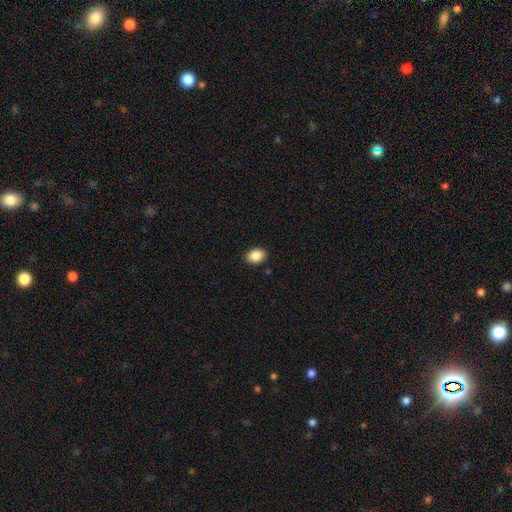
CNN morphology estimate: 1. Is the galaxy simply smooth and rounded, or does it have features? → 87% smooth, 8% star or artifact, 5% featured or disk.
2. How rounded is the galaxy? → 72% in between, 27% round, 1% cigar-shaped.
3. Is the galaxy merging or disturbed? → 90% none, 7% minor disturbance, 2% major disturbance, 1% merger.